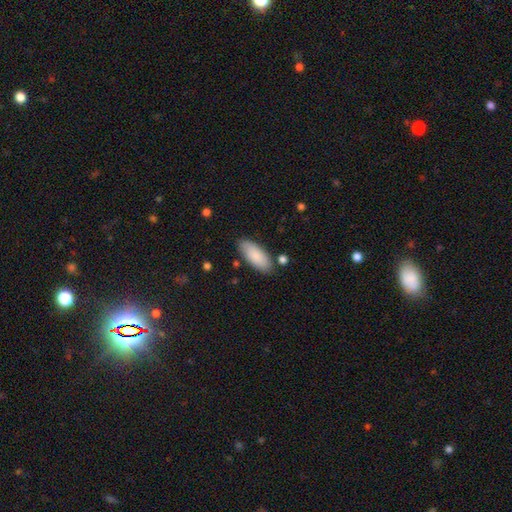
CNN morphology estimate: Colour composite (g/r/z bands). It shows a smooth galaxy with no disk features (85%) that is in between round and cigar-shaped (84%). Merging: none (81%).